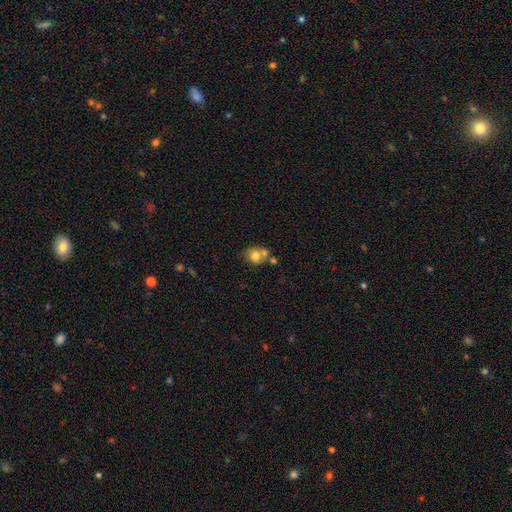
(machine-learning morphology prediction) Smooth or featured? smooth (74%)
How rounded? round (65%)
Merging? none (45%)